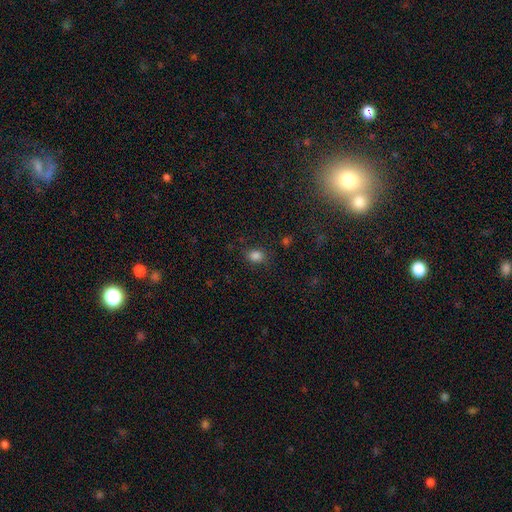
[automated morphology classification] smooth-or-featured: smooth: 82% | star or artifact: 13% | featured or disk: 4%
  how-rounded: in between: 50% | round: 49% | cigar-shaped: 1%
  merging: none: 81% | minor disturbance: 12% | major disturbance: 4% | merger: 2%